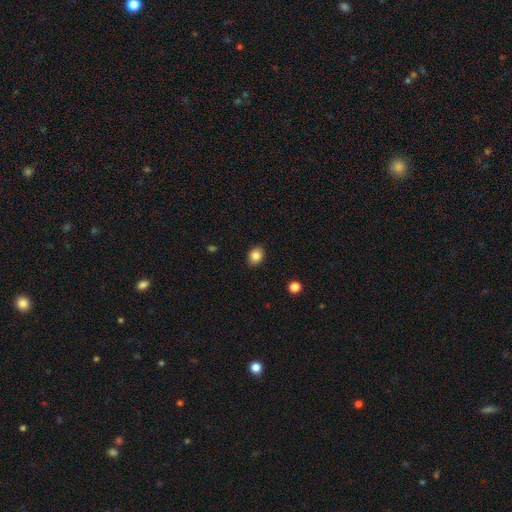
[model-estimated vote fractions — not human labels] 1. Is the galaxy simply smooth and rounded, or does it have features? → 85% smooth, 9% star or artifact, 6% featured or disk.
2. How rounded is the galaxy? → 55% in between, 44% round, 1% cigar-shaped.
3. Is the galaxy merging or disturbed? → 89% none, 8% minor disturbance, 2% major disturbance, 1% merger.